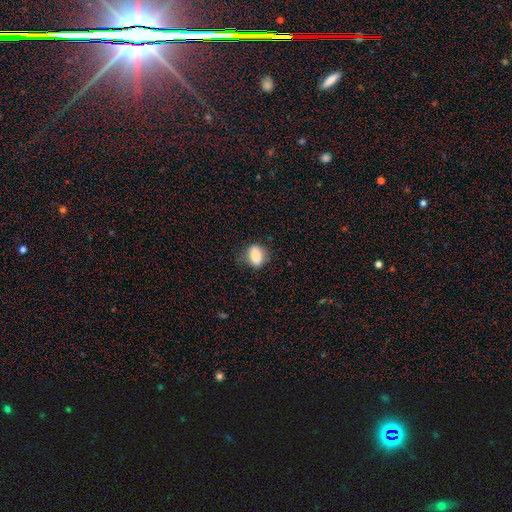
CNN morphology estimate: Smooth or featured?
  - smooth: 81% *
  - featured or disk: 12%
  - star or artifact: 8%
How rounded?
  - in between: 70% *
  - round: 24%
  - cigar-shaped: 5%
Merging?
  - none: 76% *
  - minor disturbance: 18%
  - major disturbance: 5%
  - merger: 1%